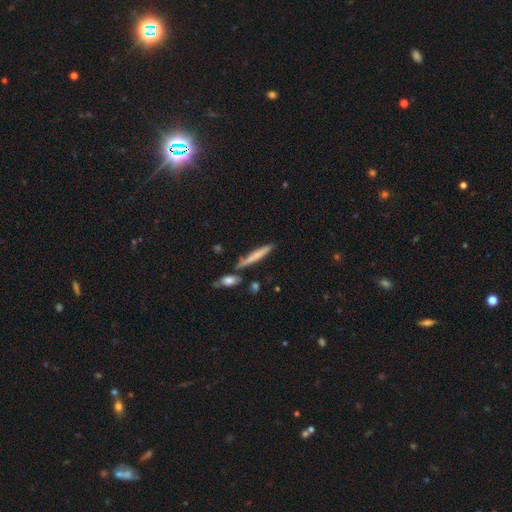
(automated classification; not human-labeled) smooth-or-featured: smooth: 63% | featured or disk: 31% | star or artifact: 7%
  how-rounded: cigar-shaped: 92% | in between: 6% | round: 2%
  merging: none: 74% | minor disturbance: 13% | merger: 10% | major disturbance: 3%